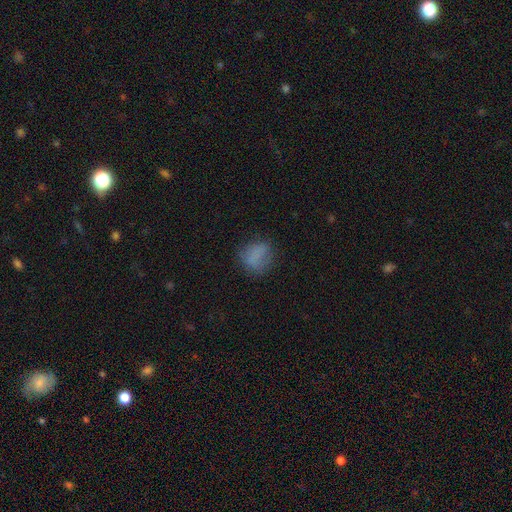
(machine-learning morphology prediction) smooth_or_featured: smooth (p=0.75) [alt: star or artifact p=0.13]
how_rounded: round (p=0.66) [alt: in between p=0.32]
merging: none (p=0.64) [alt: minor disturbance p=0.22]